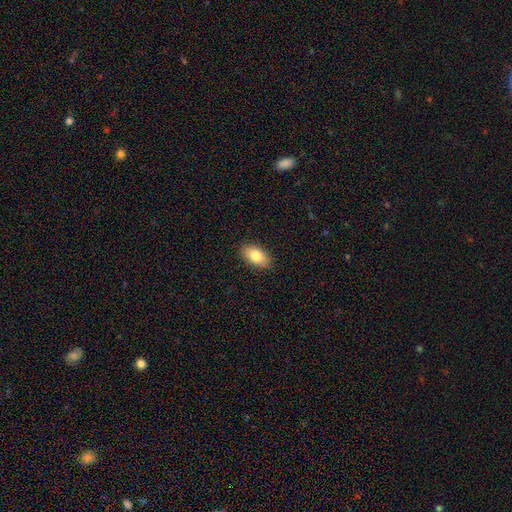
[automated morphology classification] This is clearly a smooth galaxy (81%). How rounded: clearly in between (92%). Merging: clearly none (88%).